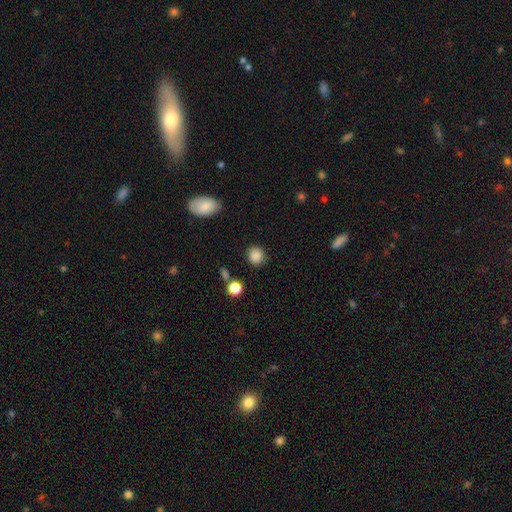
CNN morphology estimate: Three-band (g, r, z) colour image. It shows a smooth galaxy with no disk features (86%) that is round (82%). Merging: none (84%).